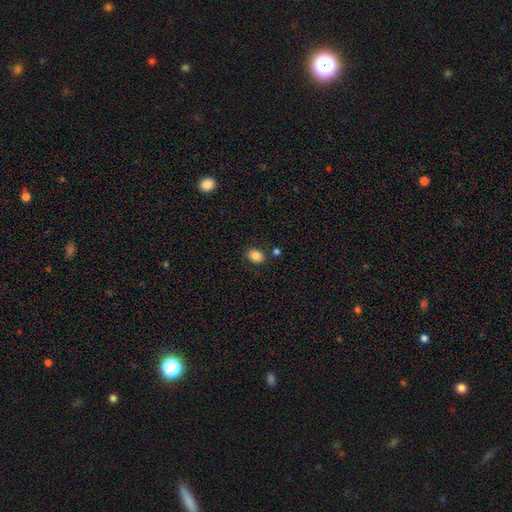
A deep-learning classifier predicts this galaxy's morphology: smooth-or-featured: smooth: 84% | star or artifact: 9% | featured or disk: 7%
  how-rounded: in between: 65% | round: 34% | cigar-shaped: 1%
  merging: none: 81% | minor disturbance: 11% | merger: 6% | major disturbance: 3%